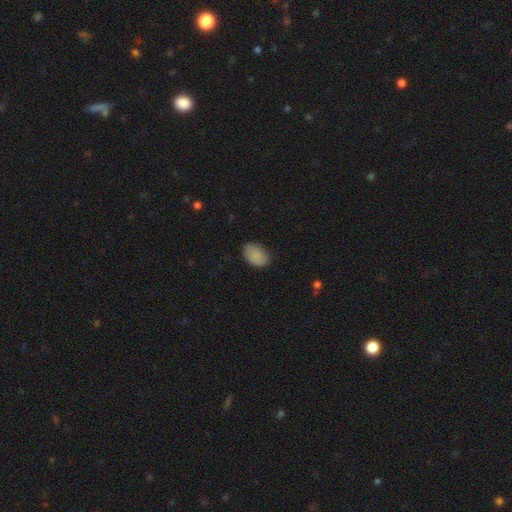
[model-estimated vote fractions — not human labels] Q: Smooth or featured?
A: smooth (84%); runner-up: featured or disk (9%)
Q: How rounded?
A: in between (85%); runner-up: round (13%)
Q: Merging?
A: none (76%); runner-up: minor disturbance (19%)